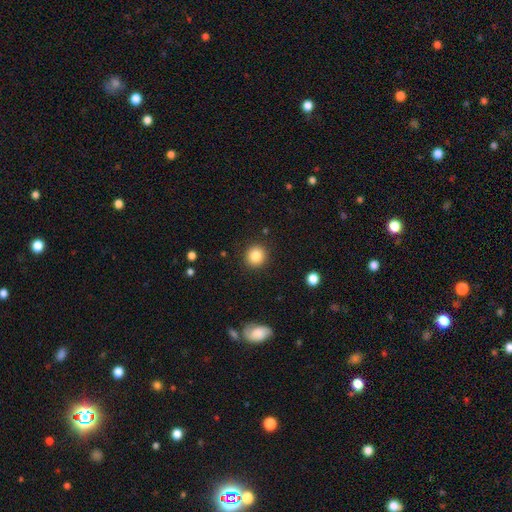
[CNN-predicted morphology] type=smooth (84%); roundness=round (89%); merging=none (91%).